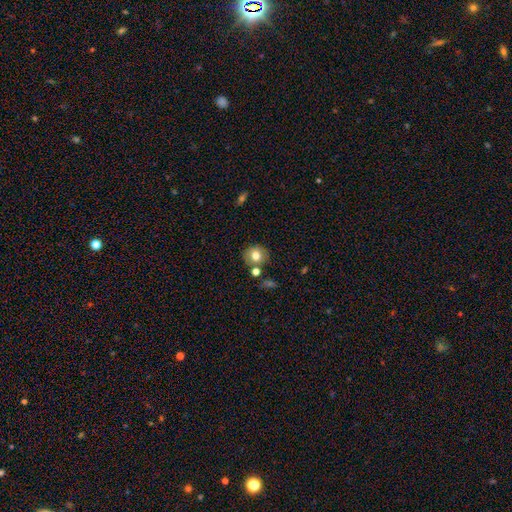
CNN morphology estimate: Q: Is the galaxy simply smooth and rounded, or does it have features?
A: smooth — 75%.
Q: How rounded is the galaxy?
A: round — 77%.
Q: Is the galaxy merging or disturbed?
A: none — 73%.